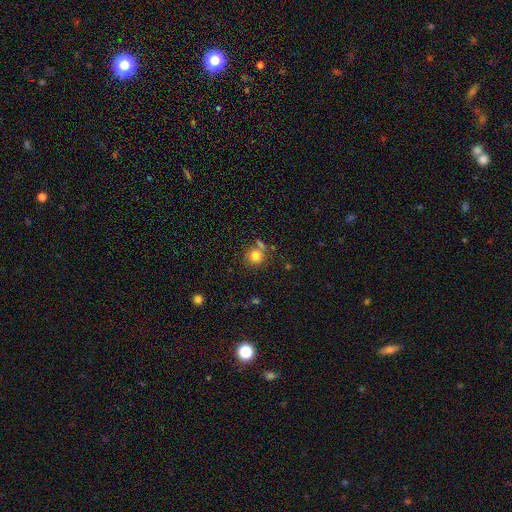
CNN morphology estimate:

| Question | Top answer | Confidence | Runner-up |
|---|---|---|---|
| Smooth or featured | smooth | 80% | star or artifact (12%) |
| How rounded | round | 90% | in between (9%) |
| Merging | none | 65% | merger (18%) |